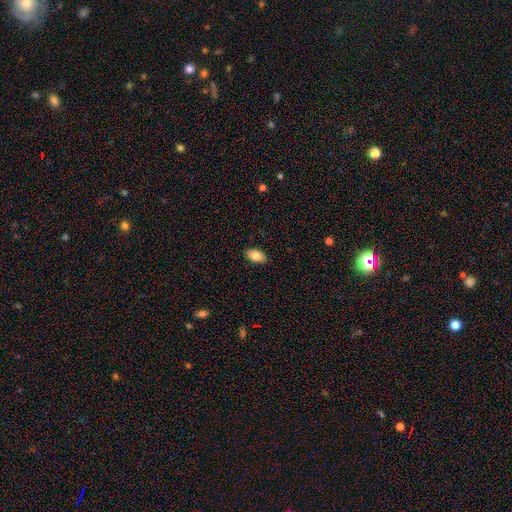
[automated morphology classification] Smooth or featured? Predicted: smooth (p=0.82). How rounded? Predicted: in between (p=0.93). Merging? Predicted: none (p=0.89).